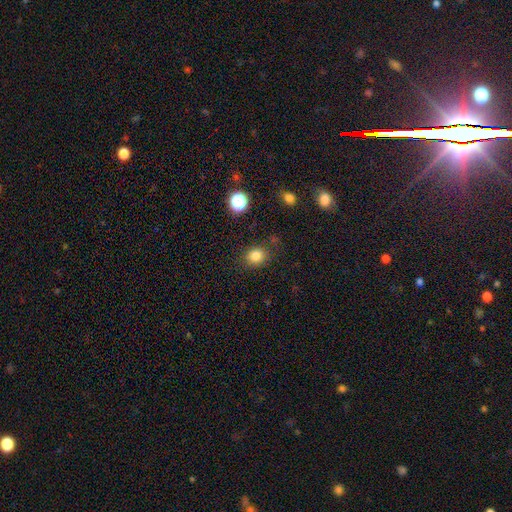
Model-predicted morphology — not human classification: The model was most divided on "how rounded": round: 61%, in between: 38%, cigar-shaped: 1%. More confident: smooth or featured — smooth (82%); merging — none (81%).